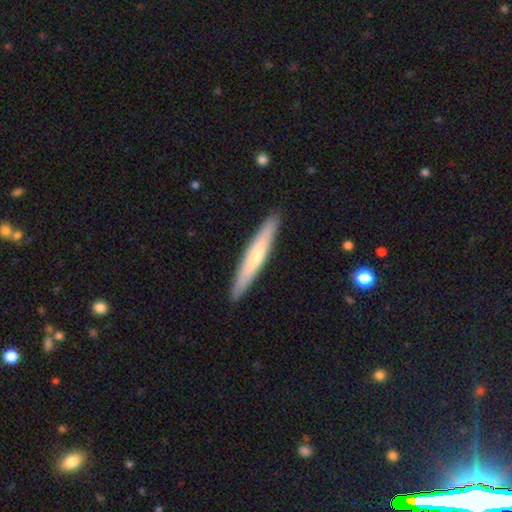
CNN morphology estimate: Smooth or featured: featured or disk — 47% (smooth — 46%)
Merging: none — 92% (minor disturbance — 6%)